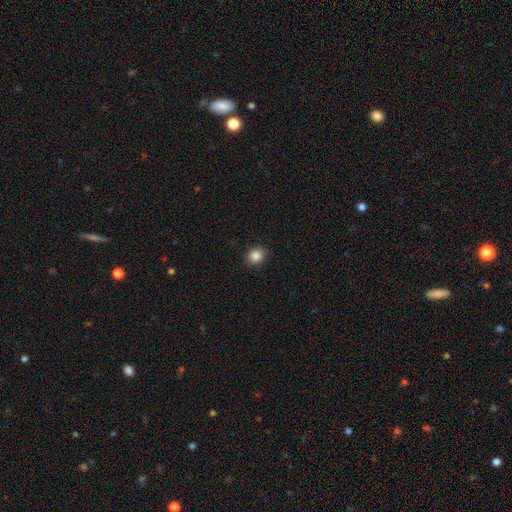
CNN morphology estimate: Overall: smooth (85%). How rounded: round (72%). Merging: none (90%).